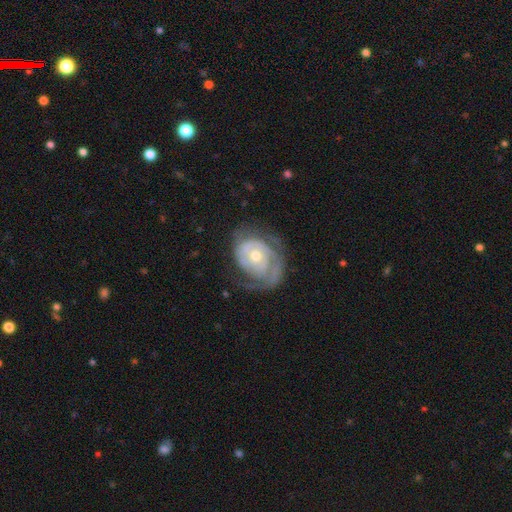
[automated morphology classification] The model was most divided on "spiral arm count": 2: 37%, can't tell: 28%, 1: 19%, 3: 11%, 4: 3%, more than 4: 3%. More confident: edge-on disk — no (97%); spiral arms — yes (90%); smooth or featured — featured or disk (82%); bar — no (77%); spiral winding — tight (65%); merging — none (56%); bulge size — moderate (53%).